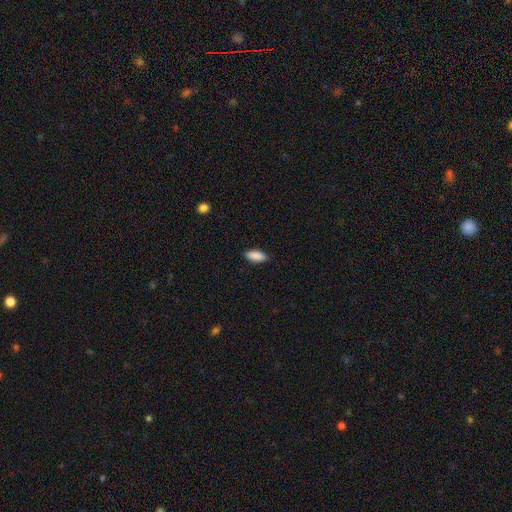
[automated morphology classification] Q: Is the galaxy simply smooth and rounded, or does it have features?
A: smooth — 89%.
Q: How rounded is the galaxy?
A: in between — 83%.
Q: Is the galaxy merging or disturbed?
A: none — 86%.